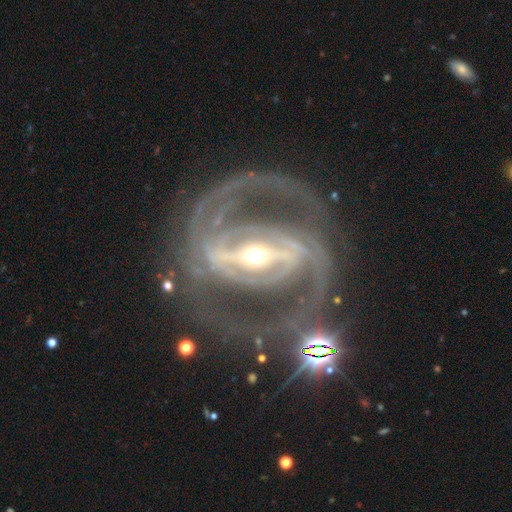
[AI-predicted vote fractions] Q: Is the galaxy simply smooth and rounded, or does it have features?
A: featured or disk — 92%.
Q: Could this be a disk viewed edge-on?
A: no — 96%.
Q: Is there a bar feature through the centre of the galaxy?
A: strong — 77%.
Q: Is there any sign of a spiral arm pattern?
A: yes — 95%.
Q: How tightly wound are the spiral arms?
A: medium — 46%.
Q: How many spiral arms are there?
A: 2 — 65%.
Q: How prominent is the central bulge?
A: moderate — 51%.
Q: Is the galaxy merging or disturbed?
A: none — 64%.